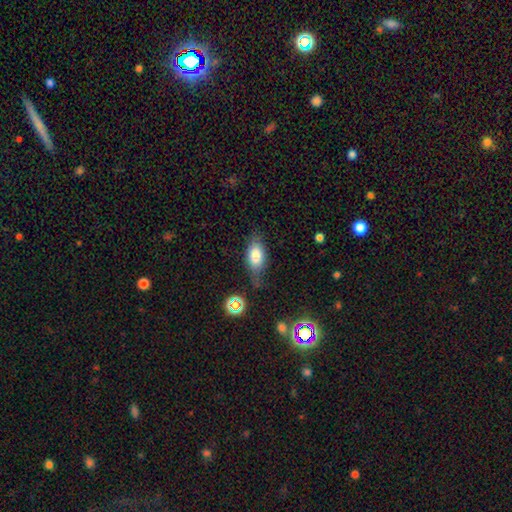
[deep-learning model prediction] Overall: smooth (76%). How rounded: in between (85%). Merging: none (61%; minor disturbance 25%).